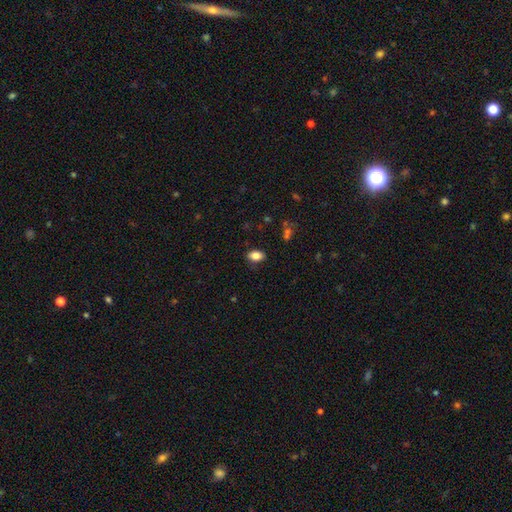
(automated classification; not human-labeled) Smooth or featured?
  - smooth: 84% *
  - star or artifact: 9%
  - featured or disk: 7%
How rounded?
  - in between: 88% *
  - round: 10%
  - cigar-shaped: 2%
Merging?
  - none: 85% *
  - minor disturbance: 11%
  - major disturbance: 2%
  - merger: 1%